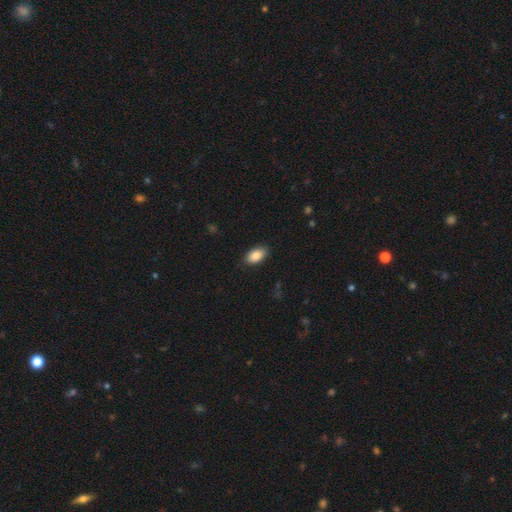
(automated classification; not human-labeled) smooth 88%, star or artifact 7%, featured or disk 5%. Down the decision tree: how rounded — in between (93%); merging — none (87%).